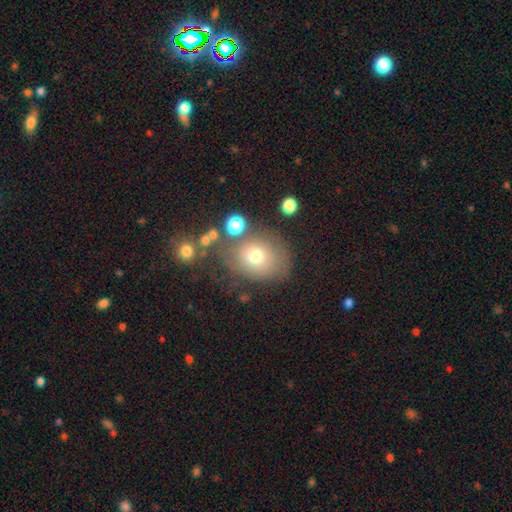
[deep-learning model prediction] Smooth or featured?
  - smooth: 66% *
  - featured or disk: 21%
  - star or artifact: 13%
How rounded?
  - round: 50% *
  - in between: 49%
  - cigar-shaped: 1%
Merging?
  - none: 58% *
  - minor disturbance: 21%
  - major disturbance: 12%
  - merger: 9%